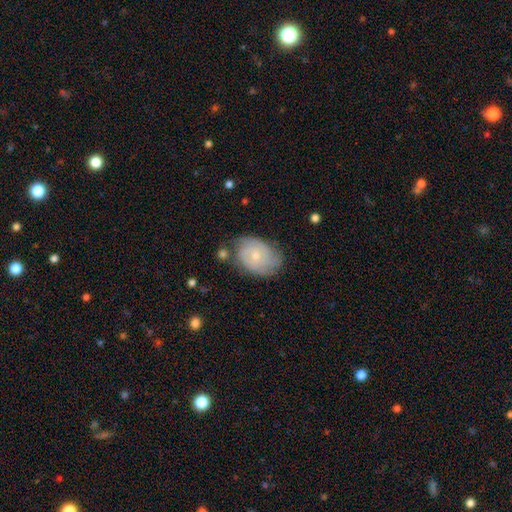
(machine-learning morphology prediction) featured or disk 66%, smooth 27%, star or artifact 7%. Down the decision tree: edge-on disk — no (97%); bar — no (77%); spiral arms — yes (87%); spiral arm count — can't tell (39%); spiral winding — tight (63%); bulge size — small (66%); merging — none (67%).